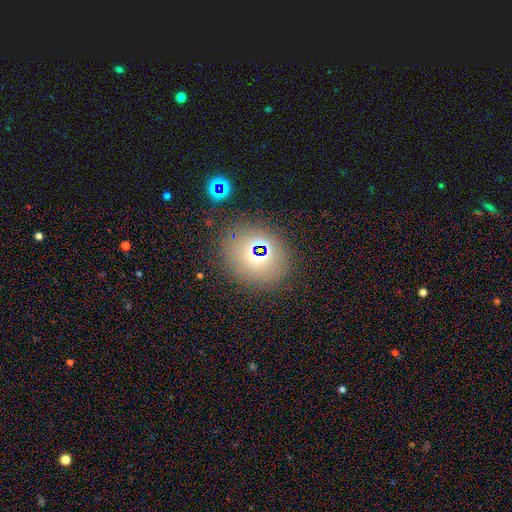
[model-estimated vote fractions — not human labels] Smooth or featured? smooth (54%)
How rounded? round (67%)
Merging? none (84%)